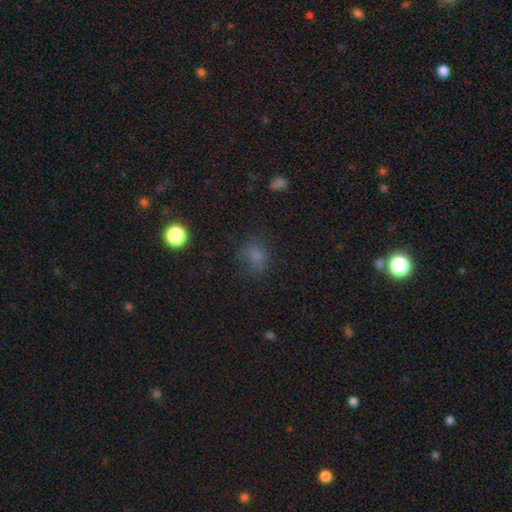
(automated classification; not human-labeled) A smooth galaxy with no disk features (72%) that is round (59%).

Vote fractions:
- Smooth or featured? smooth: 72% / star or artifact: 19% / featured or disk: 9%
- How rounded? round: 59% / in between: 39% / cigar-shaped: 1%
- Merging? none: 66% / minor disturbance: 21% / major disturbance: 11% / merger: 2%